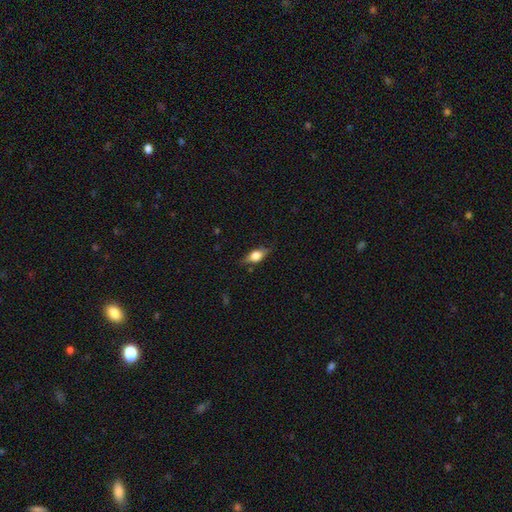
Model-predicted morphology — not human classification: smooth-or-featured: smooth: 52% | featured or disk: 39% | star or artifact: 8%
  how-rounded: in between: 73% | cigar-shaped: 19% | round: 8%
  merging: none: 77% | minor disturbance: 18% | major disturbance: 4% | merger: 1%